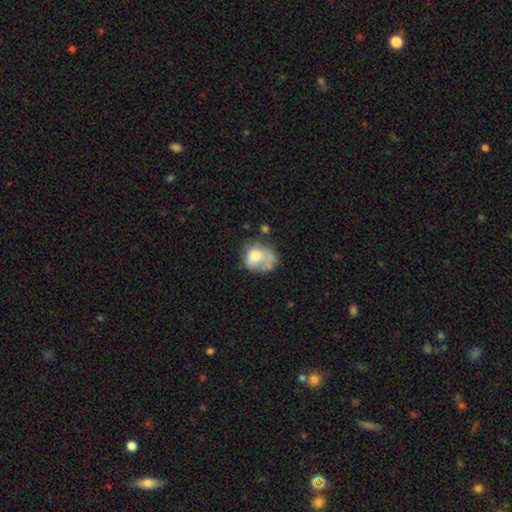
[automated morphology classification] The model was most divided on "merging" (2-way tie): major disturbance: 30%, none: 30%, minor disturbance: 25%, merger: 14%. Remaining: smooth or featured — smooth (60%); how rounded — in between (50%).